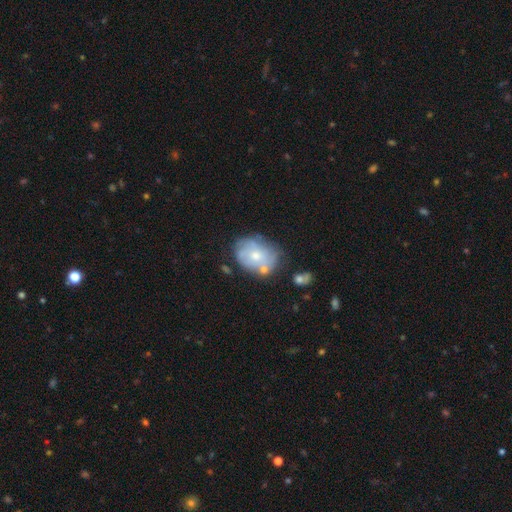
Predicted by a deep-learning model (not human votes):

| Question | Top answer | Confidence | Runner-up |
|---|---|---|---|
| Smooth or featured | smooth | 51% | featured or disk (41%) |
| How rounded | in between | 56% | round (43%) |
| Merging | none | 53% | minor disturbance (25%) |